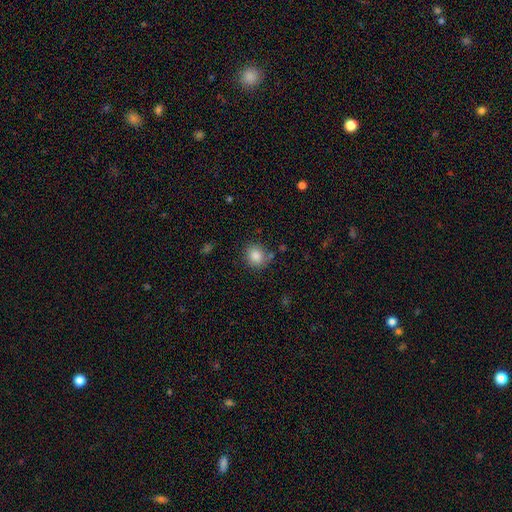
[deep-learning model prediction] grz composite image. It shows a smooth galaxy with no disk features (85%) that is round (79%). Merging: none (76%).